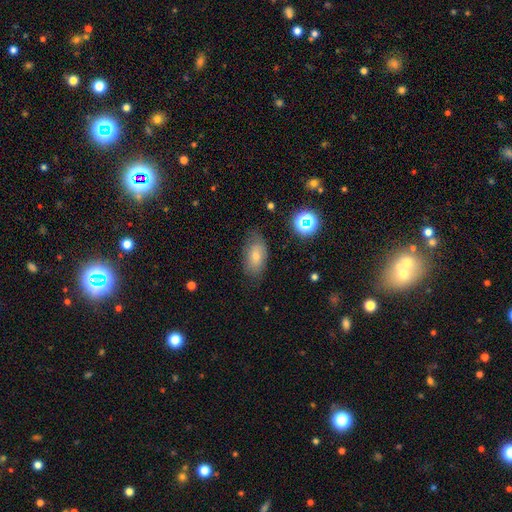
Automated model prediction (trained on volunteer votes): Smooth or featured? smooth (62%)
How rounded? in between (89%)
Merging? none (75%)